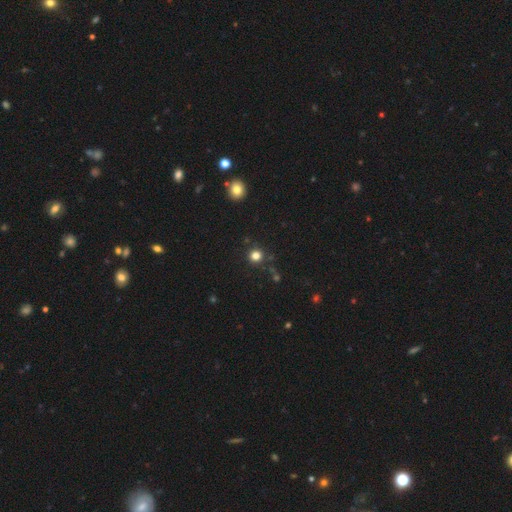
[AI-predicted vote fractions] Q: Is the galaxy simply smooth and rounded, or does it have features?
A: smooth — 80%.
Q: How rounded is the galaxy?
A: round — 94%.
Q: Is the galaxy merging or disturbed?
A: none — 87%.